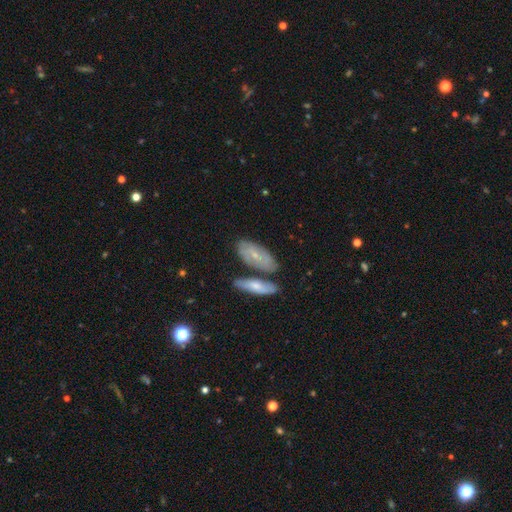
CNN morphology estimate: A featured or disk galaxy (50%).

Vote fractions:
- Smooth or featured? featured or disk: 50% / smooth: 42% / star or artifact: 8%
- Edge-on disk? no: 77% / yes: 23%
- Merging? none: 61% / merger: 22% / minor disturbance: 14% / major disturbance: 4%